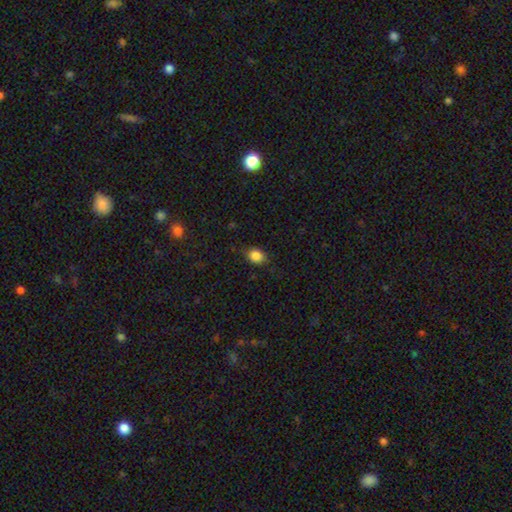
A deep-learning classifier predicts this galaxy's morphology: Smooth or featured?
  - smooth: 86% *
  - star or artifact: 10%
  - featured or disk: 4%
How rounded?
  - in between: 57% *
  - round: 42%
  - cigar-shaped: 1%
Merging?
  - none: 81% *
  - minor disturbance: 14%
  - major disturbance: 3%
  - merger: 1%